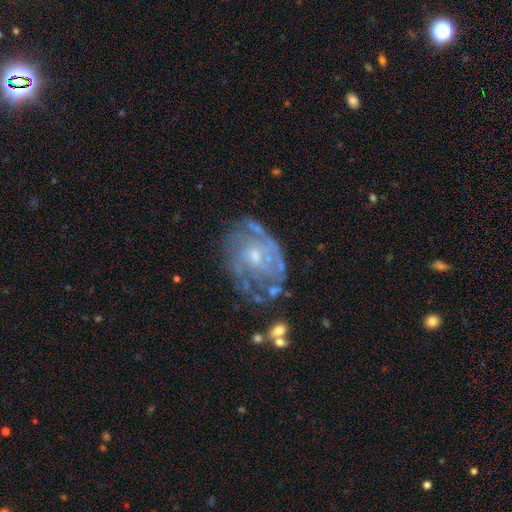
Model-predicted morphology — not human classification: Smooth or featured?
  - featured or disk: 79% *
  - smooth: 13%
  - star or artifact: 8%
Edge-on disk?
  - no: 97% *
  - yes: 3%
Bar?
  - no: 75% *
  - weak: 21%
  - strong: 4%
Spiral arms?
  - yes: 75% *
  - no: 25%
Spiral winding?
  - tight: 52% *
  - medium: 33%
  - loose: 15%
Spiral arm count?
  - can't tell: 50% *
  - 2: 19%
  - 3: 13%
  - 4: 7%
  - 1: 6%
  - more than 4: 5%
Bulge size?
  - small: 59% *
  - moderate: 35%
  - none: 4%
  - large: 2%
  - dominant: 1%
Merging?
  - none: 55% *
  - minor disturbance: 24%
  - major disturbance: 17%
  - merger: 4%